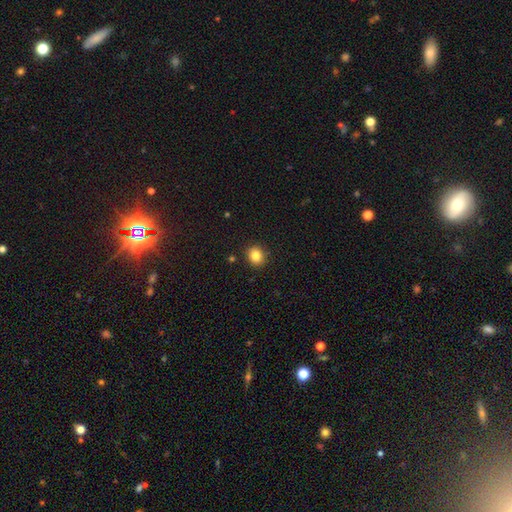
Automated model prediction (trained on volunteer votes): The model was most divided on "how rounded": round: 83%, in between: 16%, cigar-shaped: 1%. More confident: merging — none (91%); smooth or featured — smooth (83%).